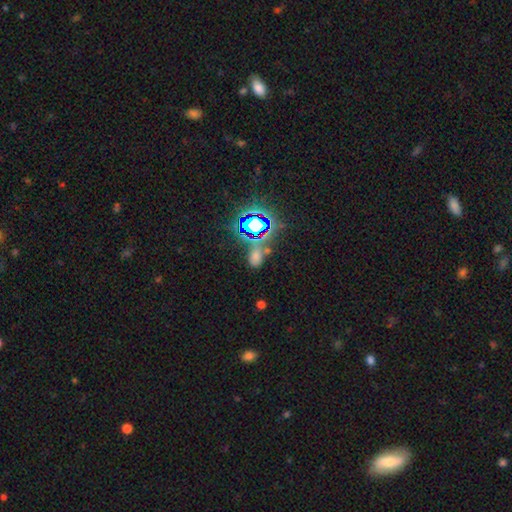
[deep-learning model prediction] Smooth or featured: smooth — 46% (tied with star or artifact — 46%)
Merging: none — 57% (minor disturbance — 18%)